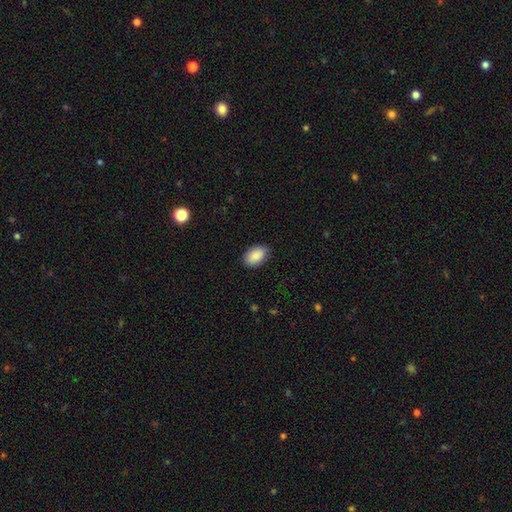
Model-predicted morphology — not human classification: A smooth galaxy with no disk features (89%) that is in between round and cigar-shaped (91%). Merging: none (85%).